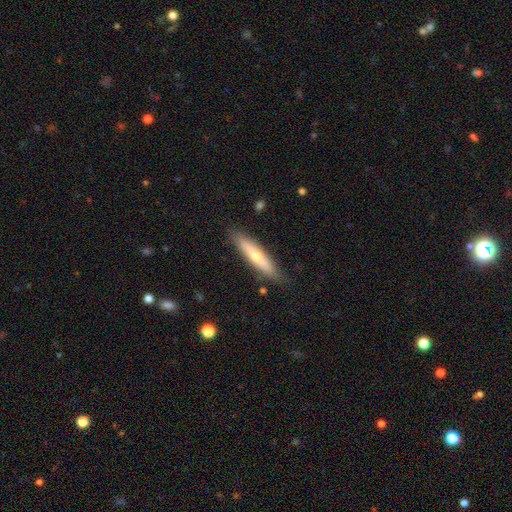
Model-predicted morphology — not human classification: smooth-or-featured: smooth: 52% | featured or disk: 42% | star or artifact: 6%
  how-rounded: cigar-shaped: 84% | in between: 15% | round: 2%
  merging: none: 84% | minor disturbance: 12% | major disturbance: 2% | merger: 1%